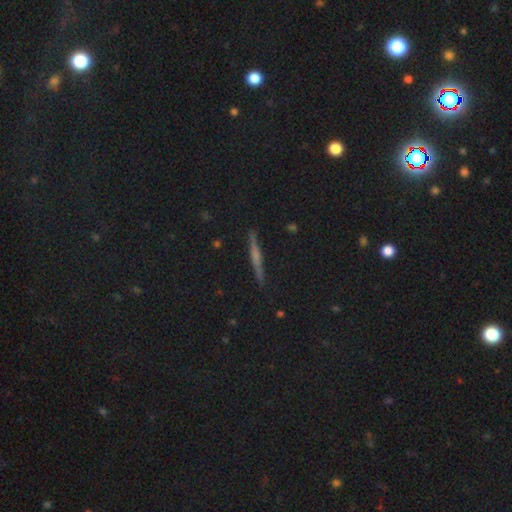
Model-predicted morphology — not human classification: type=featured or disk (55%); edge-on=yes (97%); edge-on bulge=rounded (47%); merging=none (91%).